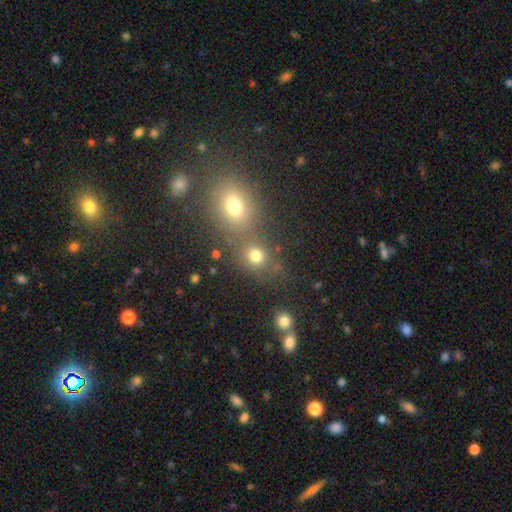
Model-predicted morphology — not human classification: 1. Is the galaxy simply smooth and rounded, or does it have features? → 74% smooth, 17% star or artifact, 8% featured or disk.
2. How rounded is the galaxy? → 73% round, 26% in between, 1% cigar-shaped.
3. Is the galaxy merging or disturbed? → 49% none, 40% merger, 7% minor disturbance, 4% major disturbance.